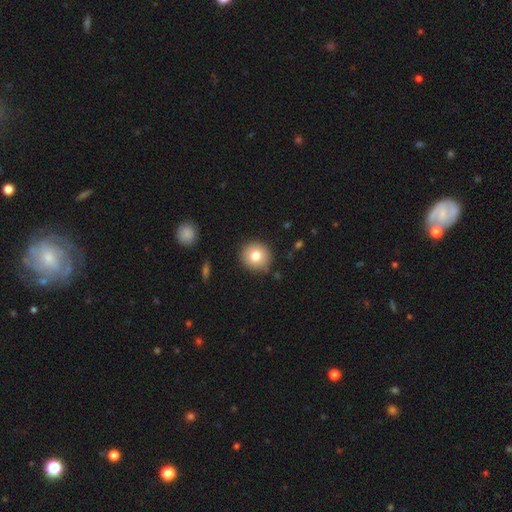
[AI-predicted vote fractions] Morphology: type=smooth (78%); roundness=round (92%); merging=none (88%).